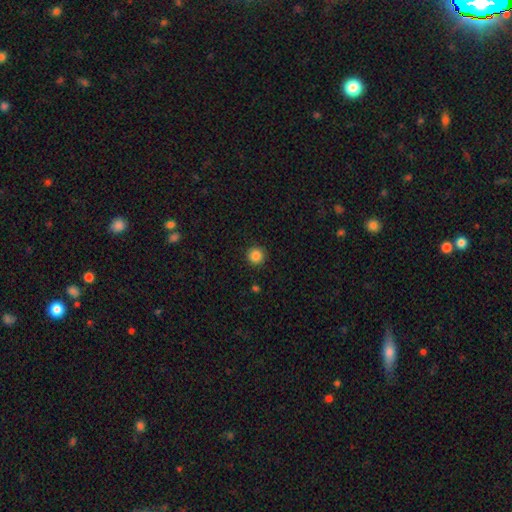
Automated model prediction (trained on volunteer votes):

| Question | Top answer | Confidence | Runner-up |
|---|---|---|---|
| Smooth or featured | smooth | 86% | star or artifact (10%) |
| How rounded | round | 96% | in between (4%) |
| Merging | none | 92% | minor disturbance (5%) |